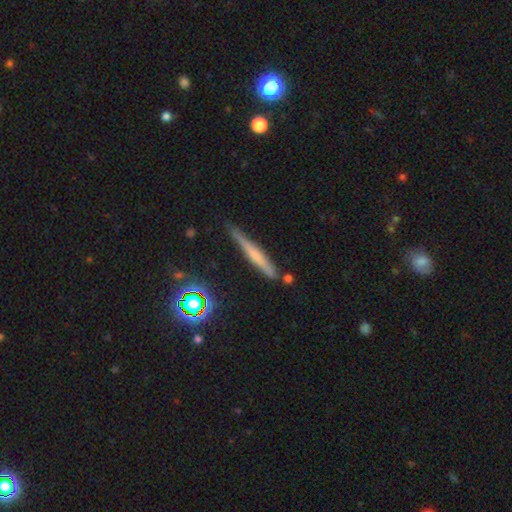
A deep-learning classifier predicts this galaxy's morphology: smooth_or_featured: smooth (p=0.46) [alt: featured or disk p=0.42]
merging: none (p=0.76) [alt: minor disturbance p=0.17]